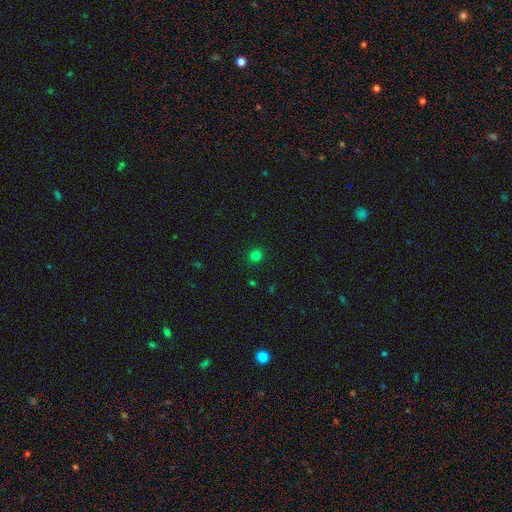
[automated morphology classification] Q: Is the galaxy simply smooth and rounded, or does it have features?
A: smooth — 79%.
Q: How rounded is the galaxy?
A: round — 88%.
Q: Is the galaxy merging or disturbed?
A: none — 91%.